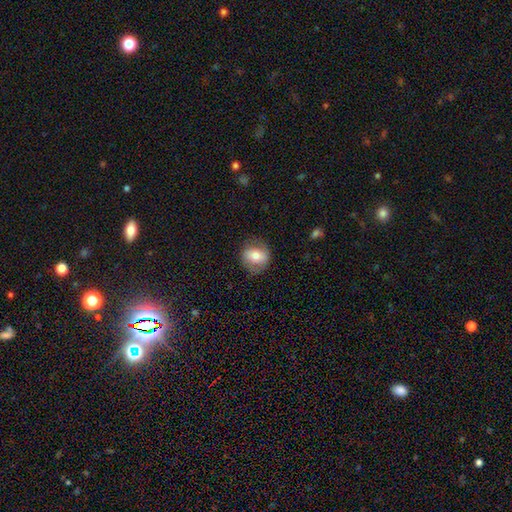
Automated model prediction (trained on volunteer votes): Q: Smooth or featured?
A: smooth (62%); runner-up: featured or disk (30%)
Q: How rounded?
A: round (70%); runner-up: in between (28%)
Q: Merging?
A: none (78%); runner-up: minor disturbance (15%)